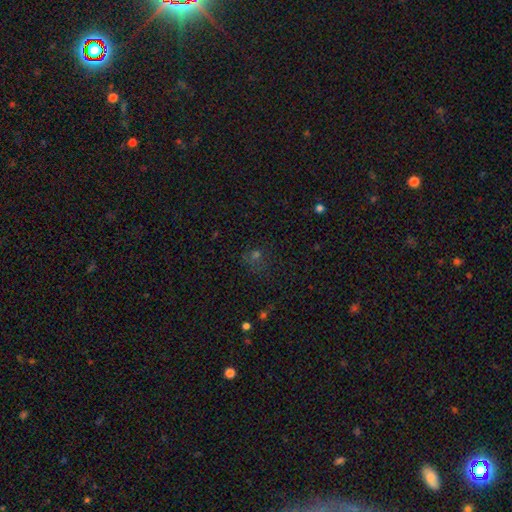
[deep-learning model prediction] Q: Smooth or featured?
A: smooth (46%); runner-up: star or artifact (43%)
Q: Merging?
A: none (65%); runner-up: minor disturbance (16%)